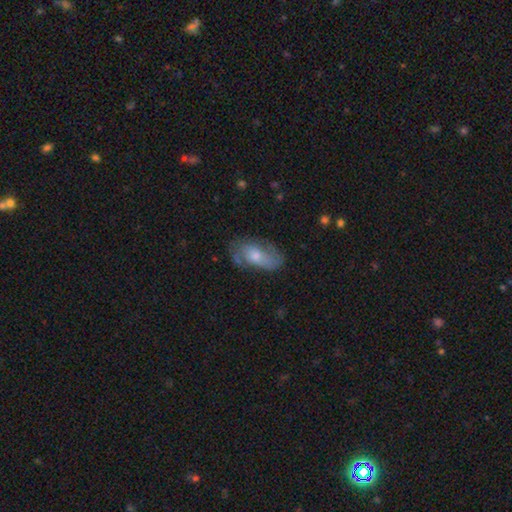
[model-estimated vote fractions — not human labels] Morphology: type=featured or disk (61%); edge-on=no (93%); bar=no (68%); spiral arms=yes (84%); bulge=moderate (48%); merging=none (66%).